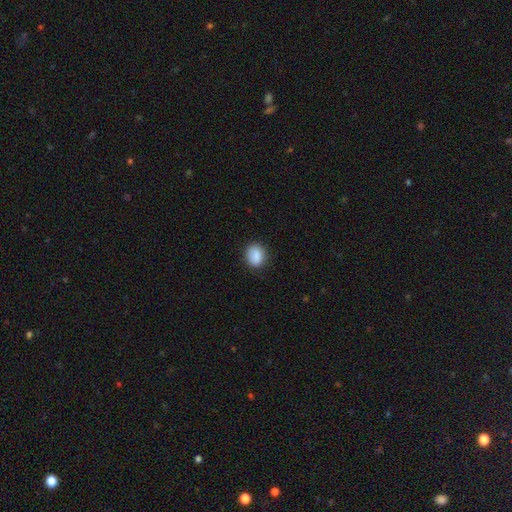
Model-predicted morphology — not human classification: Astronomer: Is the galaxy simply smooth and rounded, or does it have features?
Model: smooth — 87%.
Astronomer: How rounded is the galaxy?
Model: round — 51% (runner-up: in between, 47%).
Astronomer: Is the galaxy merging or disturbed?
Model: none — 84%.